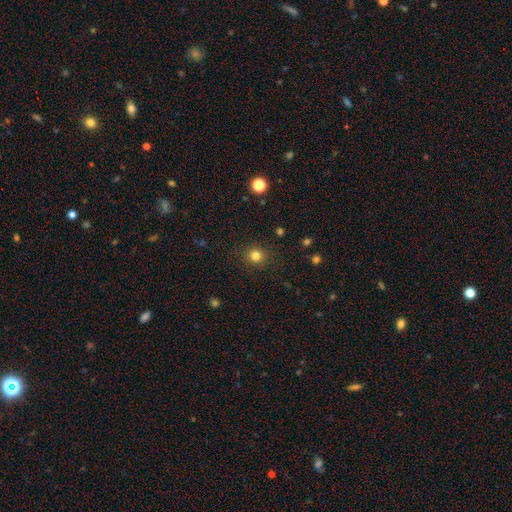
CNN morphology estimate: Q: Smooth or featured?
A: smooth (81%); runner-up: star or artifact (14%)
Q: How rounded?
A: round (91%); runner-up: in between (8%)
Q: Merging?
A: none (90%); runner-up: minor disturbance (6%)